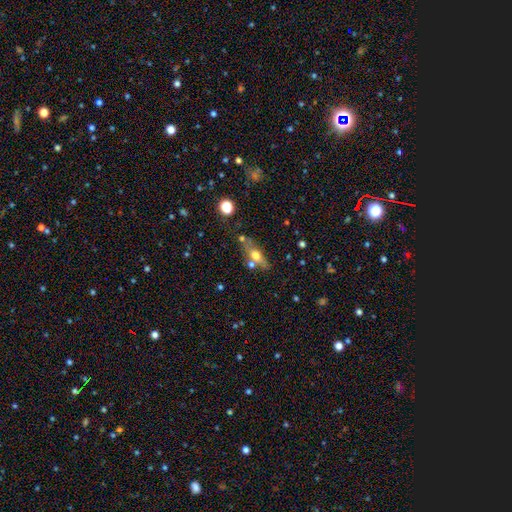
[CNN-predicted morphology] Smooth or featured: smooth — 51% (featured or disk — 39%)
How rounded: in between — 57% (cigar-shaped — 35%)
Merging: none — 58% (merger — 18%)